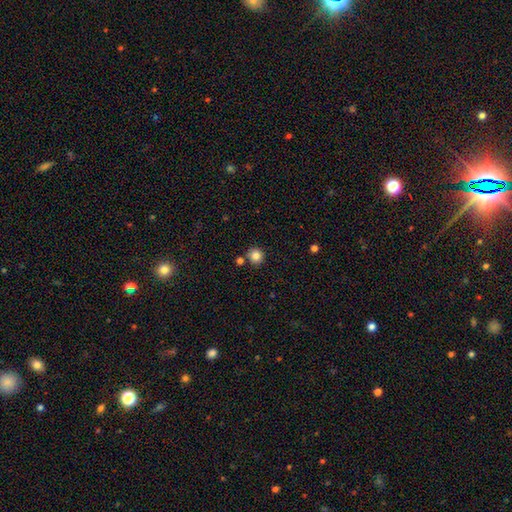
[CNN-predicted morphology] smooth-or-featured: smooth: 84% | star or artifact: 11% | featured or disk: 5%
  how-rounded: round: 92% | in between: 7% | cigar-shaped: 1%
  merging: none: 81% | merger: 8% | minor disturbance: 8% | major disturbance: 2%